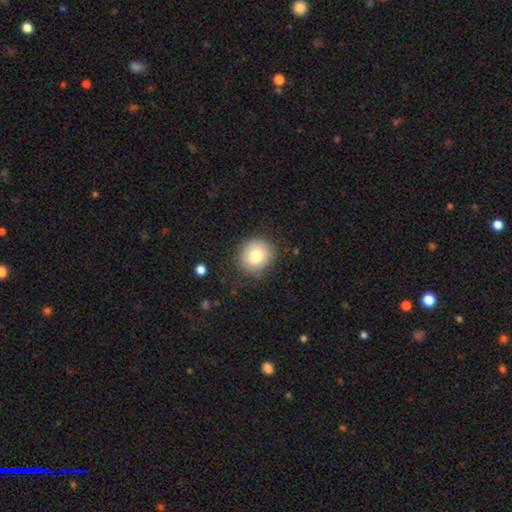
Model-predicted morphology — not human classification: type=smooth (78%); roundness=round (72%); merging=none (77%).